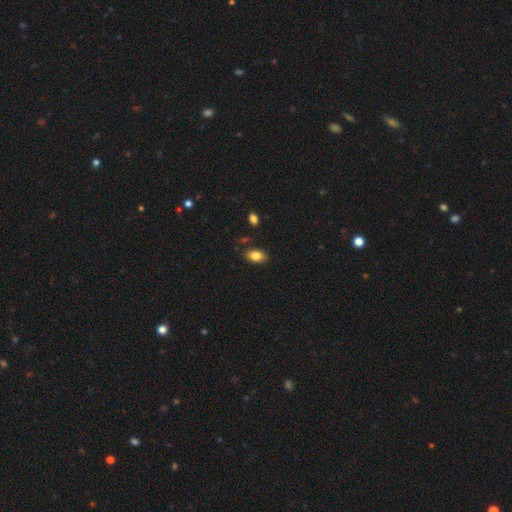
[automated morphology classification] This appears to be a smooth galaxy with no disk features (83%) that is in between round and cigar-shaped (89%). Merging: none (81%).